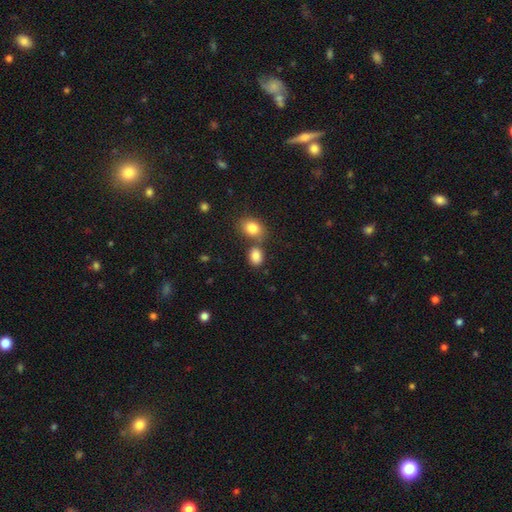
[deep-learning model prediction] Q: Smooth or featured?
A: smooth (85%); runner-up: star or artifact (10%)
Q: How rounded?
A: in between (69%); runner-up: round (30%)
Q: Merging?
A: none (59%); runner-up: merger (27%)